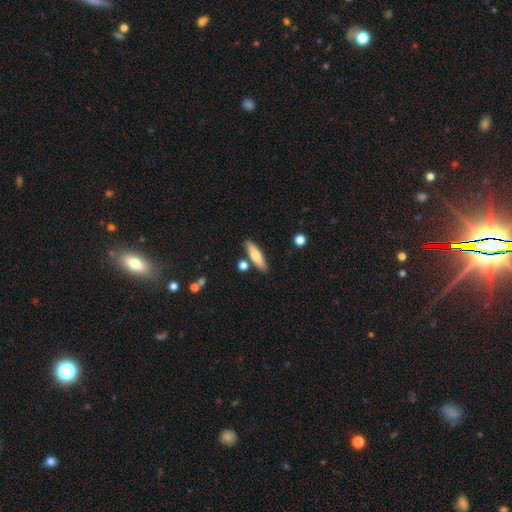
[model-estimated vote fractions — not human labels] This is likely a smooth galaxy (69%). How rounded: likely cigar-shaped (72%). Merging: clearly none (81%).